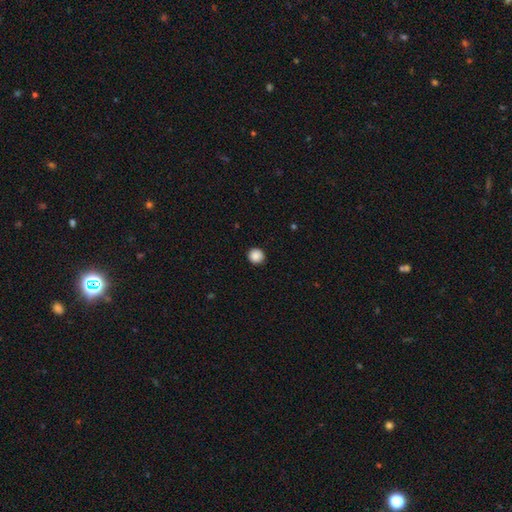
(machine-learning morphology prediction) Smooth or featured? smooth (88%)
How rounded? round (93%)
Merging? none (92%)